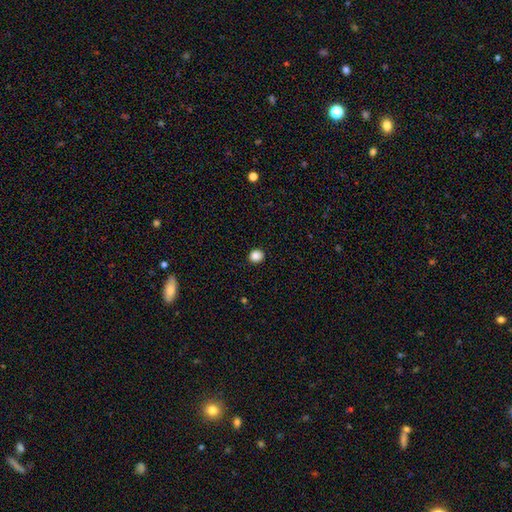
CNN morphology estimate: Smooth or featured? Predicted: smooth (p=0.87). How rounded? Predicted: round (p=0.86). Merging? Predicted: none (p=0.92).